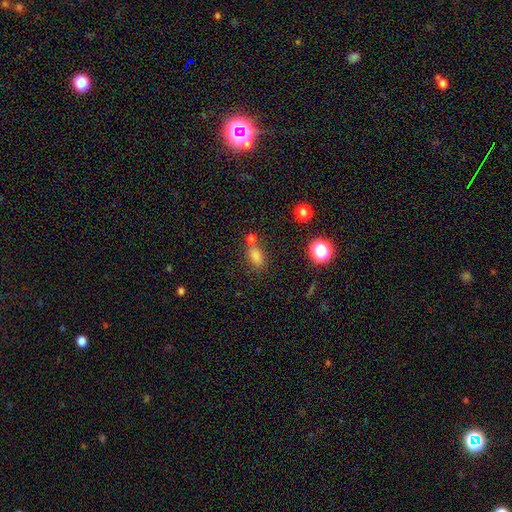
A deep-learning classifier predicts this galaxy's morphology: Q: Smooth or featured?
A: smooth (74%); runner-up: star or artifact (18%)
Q: How rounded?
A: in between (77%); runner-up: round (16%)
Q: Merging?
A: none (57%); runner-up: merger (24%)